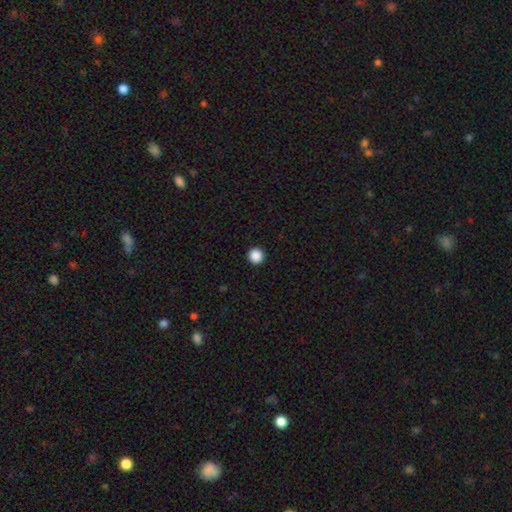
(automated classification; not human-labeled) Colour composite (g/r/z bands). It shows a smooth galaxy with no disk features (88%) that is round (96%). Merging: none (94%).